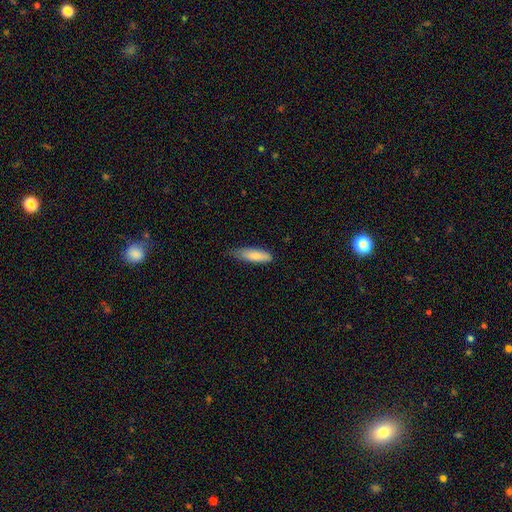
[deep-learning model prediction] A smooth galaxy with no disk features (84%) that is cigar-shaped (54%).

Vote fractions:
- Smooth or featured? smooth: 84% / featured or disk: 11% / star or artifact: 6%
- How rounded? cigar-shaped: 54% / in between: 44% / round: 2%
- Merging? none: 55% / minor disturbance: 38% / major disturbance: 6% / merger: 1%